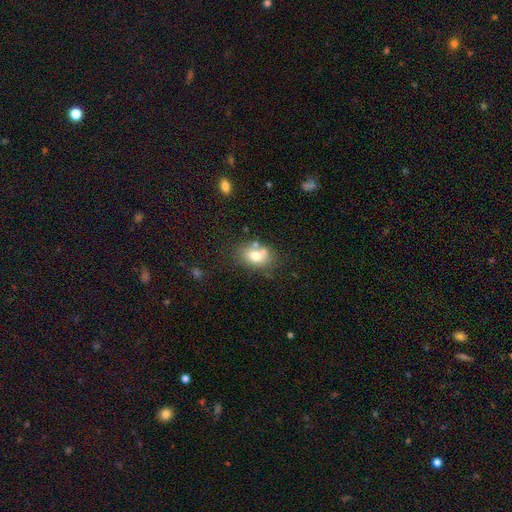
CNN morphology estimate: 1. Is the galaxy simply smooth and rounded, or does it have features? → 72% smooth, 18% featured or disk, 10% star or artifact.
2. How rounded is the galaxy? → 70% in between, 29% round, 1% cigar-shaped.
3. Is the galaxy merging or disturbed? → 55% none, 20% merger, 19% minor disturbance, 6% major disturbance.